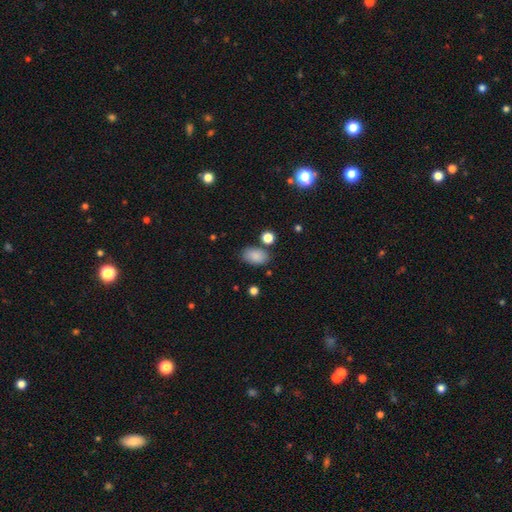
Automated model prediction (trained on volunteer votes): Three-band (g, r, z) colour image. It shows a smooth galaxy with no disk features (86%) that is in between round and cigar-shaped (91%). Merging: none (76%).